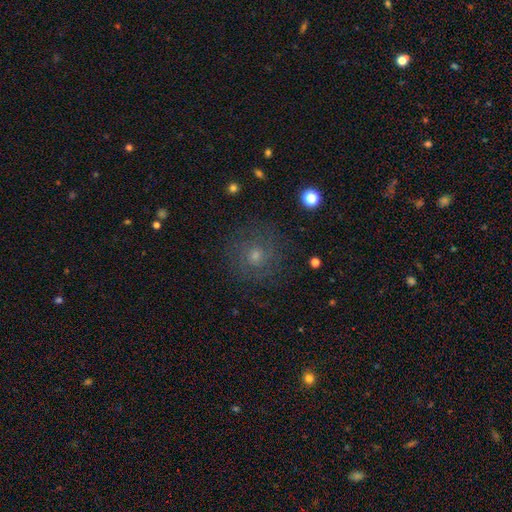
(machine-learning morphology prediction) Smooth or featured? featured or disk (43%)
Merging? none (81%)